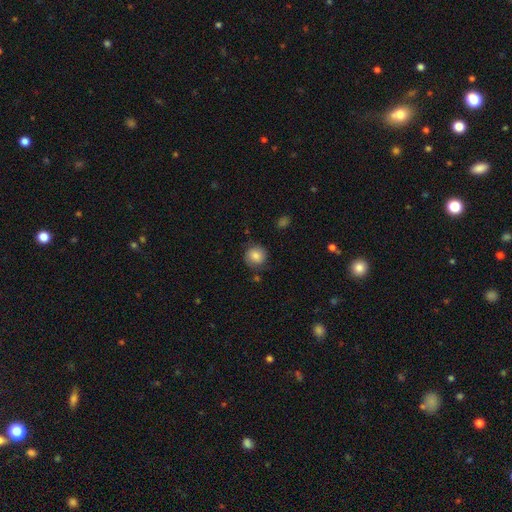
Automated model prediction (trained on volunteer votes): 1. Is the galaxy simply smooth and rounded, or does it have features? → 75% smooth, 16% featured or disk, 9% star or artifact.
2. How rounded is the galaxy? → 87% round, 12% in between, 1% cigar-shaped.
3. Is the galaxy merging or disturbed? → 77% none, 16% minor disturbance, 5% major disturbance, 2% merger.